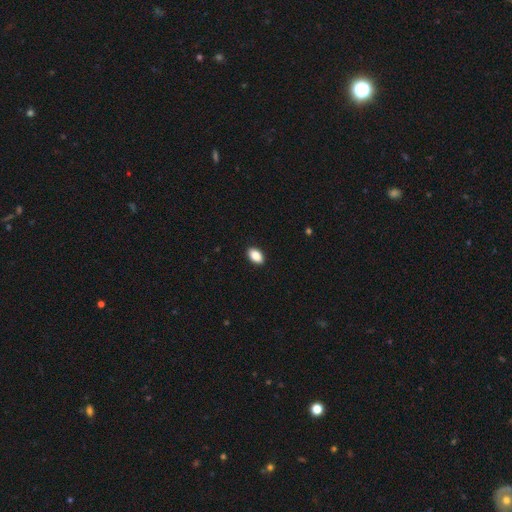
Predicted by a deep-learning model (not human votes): smooth-or-featured: smooth: 89% | star or artifact: 7% | featured or disk: 4%
  how-rounded: in between: 92% | round: 7% | cigar-shaped: 2%
  merging: none: 91% | minor disturbance: 7% | major disturbance: 2% | merger: 1%